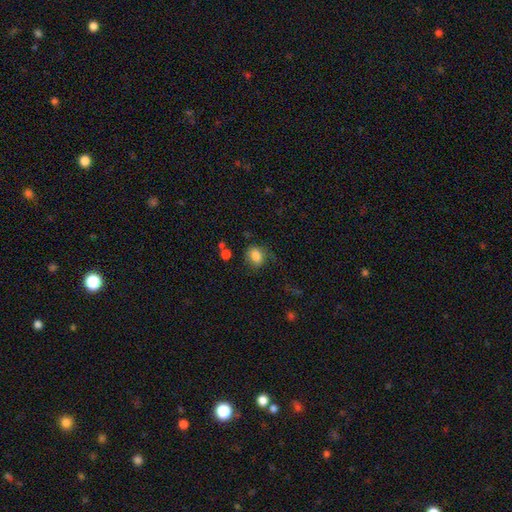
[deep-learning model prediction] A smooth galaxy with no disk features (83%) that is round (54%).

Vote fractions:
- Smooth or featured? smooth: 83% / star or artifact: 9% / featured or disk: 7%
- How rounded? round: 54% / in between: 45% / cigar-shaped: 1%
- Merging? none: 60% / minor disturbance: 25% / major disturbance: 12% / merger: 4%